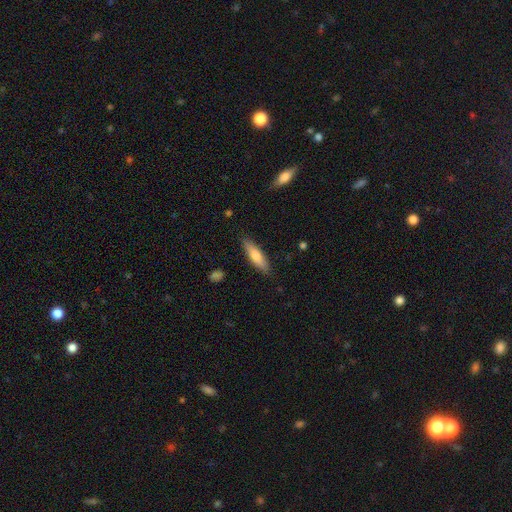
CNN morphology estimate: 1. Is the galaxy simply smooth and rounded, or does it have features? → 66% smooth, 28% featured or disk, 6% star or artifact.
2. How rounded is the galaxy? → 65% cigar-shaped, 33% in between, 2% round.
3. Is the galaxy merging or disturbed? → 86% none, 10% minor disturbance, 2% major disturbance, 1% merger.